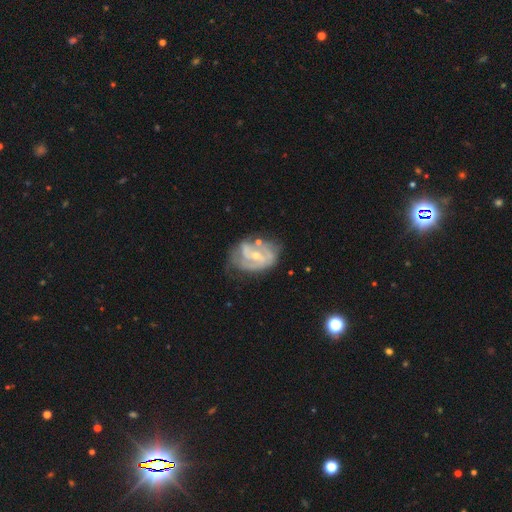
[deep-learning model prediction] Smooth or featured? Predicted: featured or disk (p=0.81). Edge-on disk? Predicted: no (p=0.97). Bar? Predicted: weak (p=0.46). Spiral arms? Predicted: yes (p=0.85). Spiral winding? Predicted: medium (p=0.42). Spiral arm count? Predicted: 2 (p=0.52). Bulge size? Predicted: small (p=0.54). Merging? Predicted: none (p=0.47).